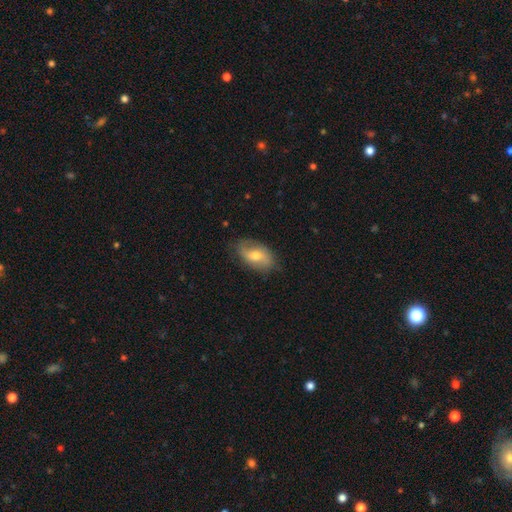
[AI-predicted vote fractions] Overall: featured or disk (54%; smooth 38%). Edge-on disk: no (93%). Bar: no (51%; weak 38%). Spiral arms: yes (81%). Bulge size: moderate (62%; small 32%). Merging: none (78%).